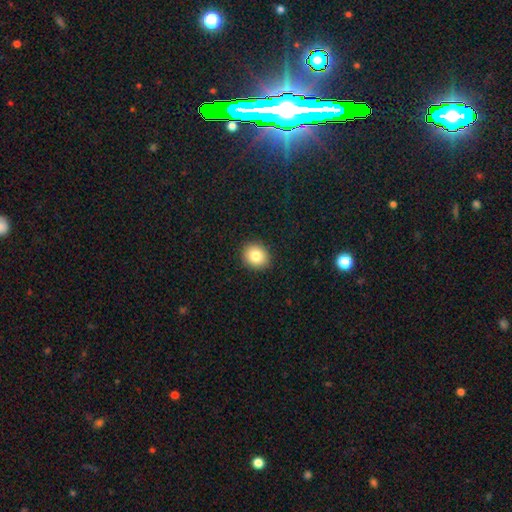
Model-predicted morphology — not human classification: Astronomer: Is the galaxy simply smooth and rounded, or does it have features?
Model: smooth — 82%.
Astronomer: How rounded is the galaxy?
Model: round — 78%.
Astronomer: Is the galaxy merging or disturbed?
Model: none — 92%.